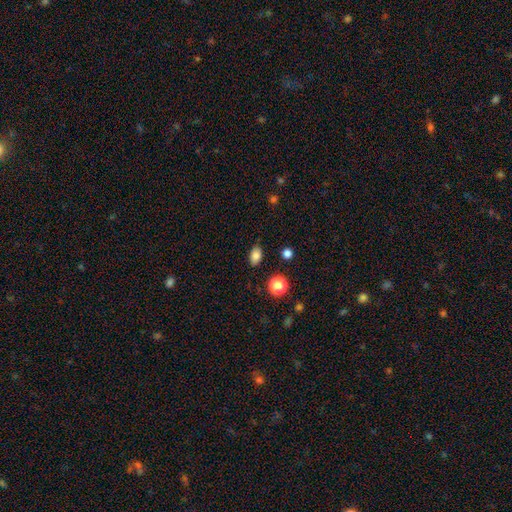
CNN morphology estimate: smooth-or-featured: smooth: 83% | star or artifact: 10% | featured or disk: 6%
  how-rounded: in between: 83% | round: 15% | cigar-shaped: 2%
  merging: none: 85% | minor disturbance: 10% | major disturbance: 3% | merger: 2%